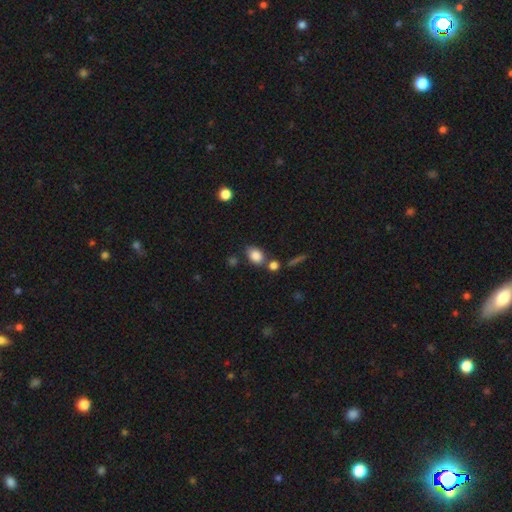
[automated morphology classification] This appears to be a smooth galaxy with no disk features (84%) that is in between round and cigar-shaped (75%). Merging: none (66%).